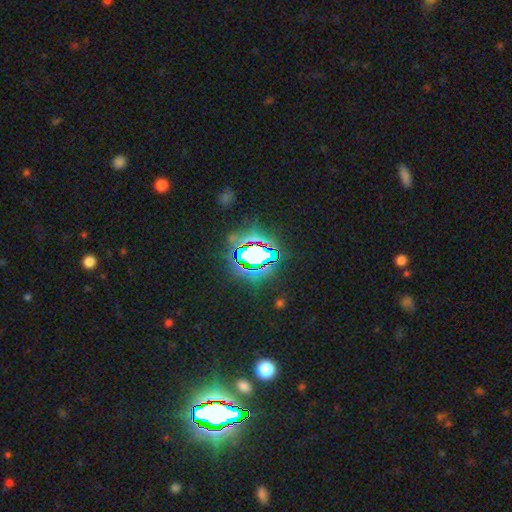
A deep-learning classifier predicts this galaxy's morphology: type=star or artifact (73%).